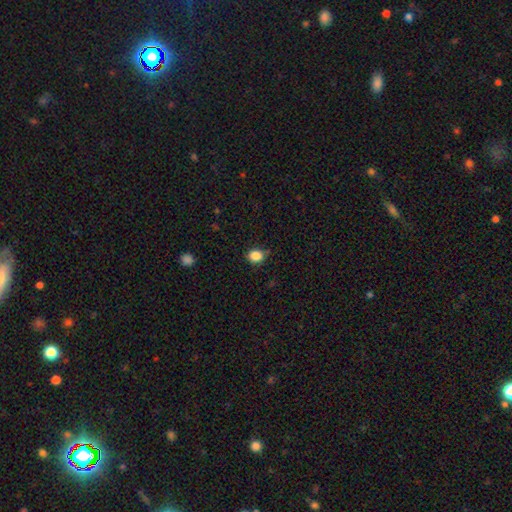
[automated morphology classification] Overall: smooth (85%). How rounded: round (66%; in between 33%). Merging: none (79%).